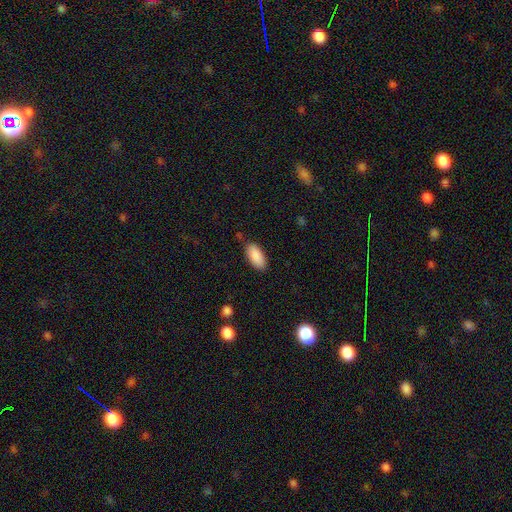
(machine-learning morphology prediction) This is clearly a smooth galaxy (89%). How rounded: clearly in between (88%). Merging: clearly none (85%).